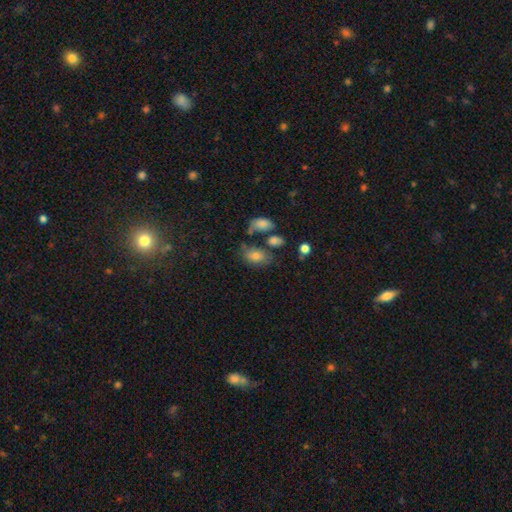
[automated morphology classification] Q: Smooth or featured?
A: smooth (74%); runner-up: featured or disk (14%)
Q: How rounded?
A: in between (88%); runner-up: round (10%)
Q: Merging?
A: none (52%); runner-up: minor disturbance (20%)